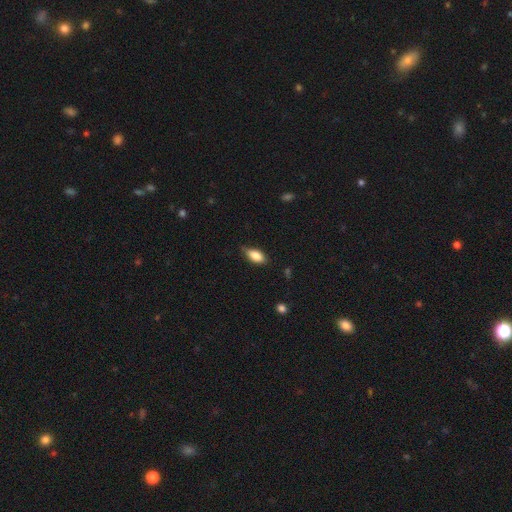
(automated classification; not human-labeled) Smooth or featured: smooth — 83% (featured or disk — 10%)
How rounded: in between — 89% (cigar-shaped — 7%)
Merging: none — 70% (minor disturbance — 25%)